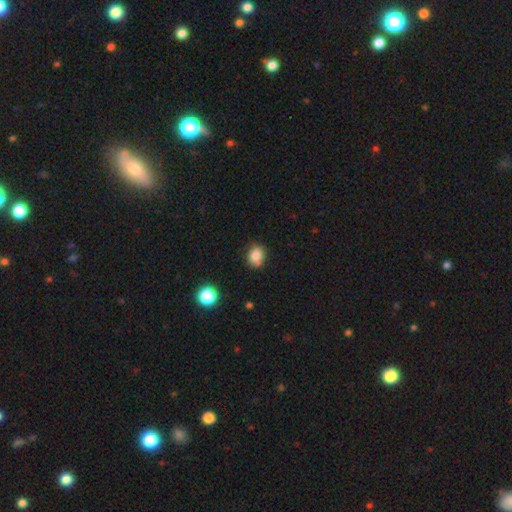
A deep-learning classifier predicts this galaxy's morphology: This appears to be a smooth galaxy with no disk features (82%) that is round (57%). Merging: none (71%).